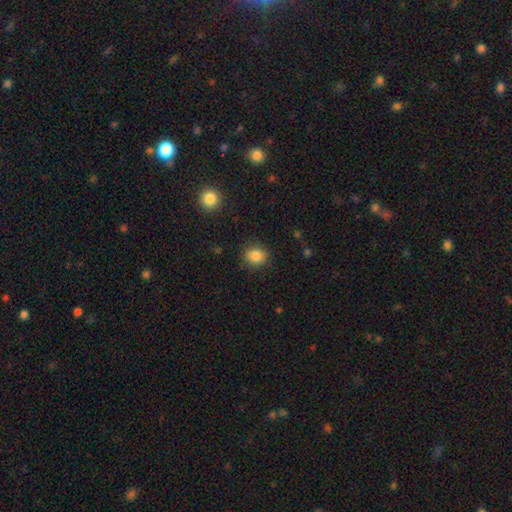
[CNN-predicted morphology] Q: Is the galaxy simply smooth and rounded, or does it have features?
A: smooth — 84%.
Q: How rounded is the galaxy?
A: round — 62%.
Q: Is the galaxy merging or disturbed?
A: none — 85%.